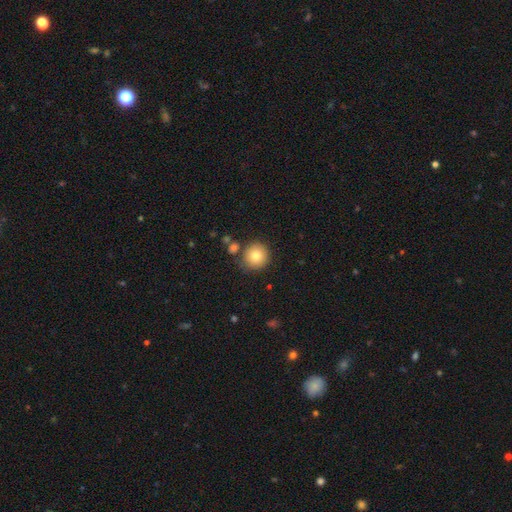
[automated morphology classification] Smooth or featured?
  - smooth: 81% *
  - star or artifact: 10%
  - featured or disk: 9%
How rounded?
  - round: 93% *
  - in between: 7%
  - cigar-shaped: 1%
Merging?
  - none: 79% *
  - minor disturbance: 10%
  - merger: 8%
  - major disturbance: 3%